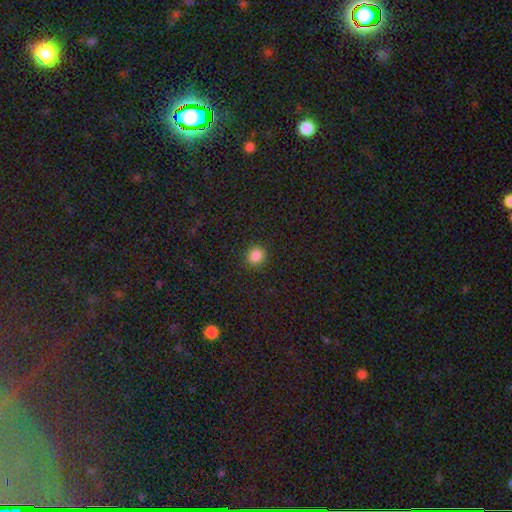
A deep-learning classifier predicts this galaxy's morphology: This appears to be a smooth galaxy with no disk features (86%) that is round (83%). Merging: none (90%).